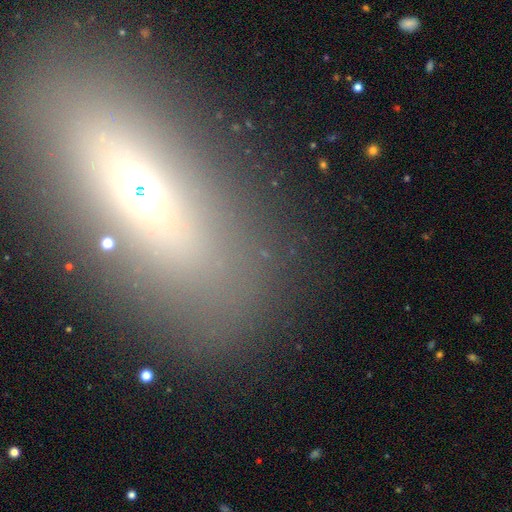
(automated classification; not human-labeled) Q: Smooth or featured?
A: star or artifact (43%); runner-up: smooth (33%)